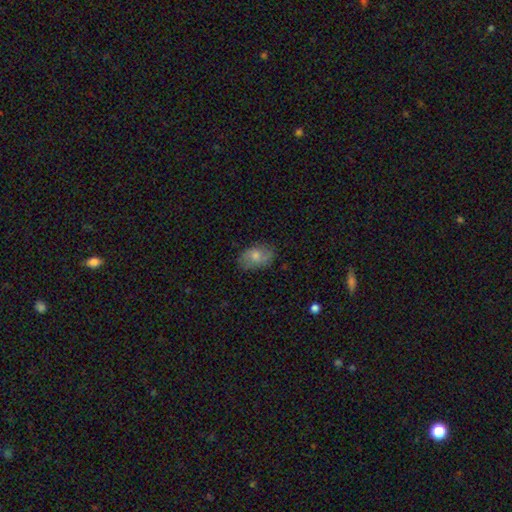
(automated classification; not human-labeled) Smooth or featured? smooth (64%)
How rounded? in between (86%)
Merging? none (79%)